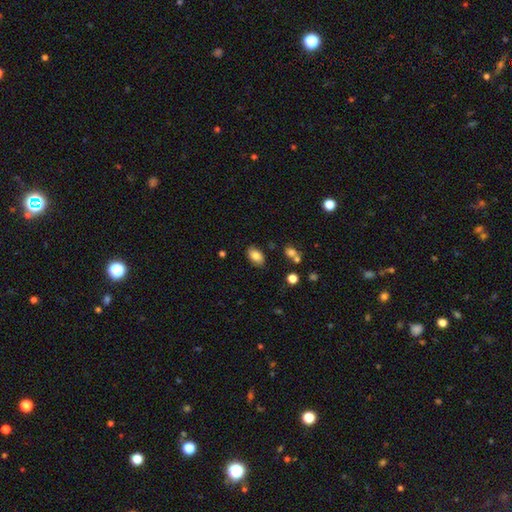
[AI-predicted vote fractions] This appears to be a smooth galaxy with no disk features (82%) that is in between round and cigar-shaped (89%). Merging: none (83%).